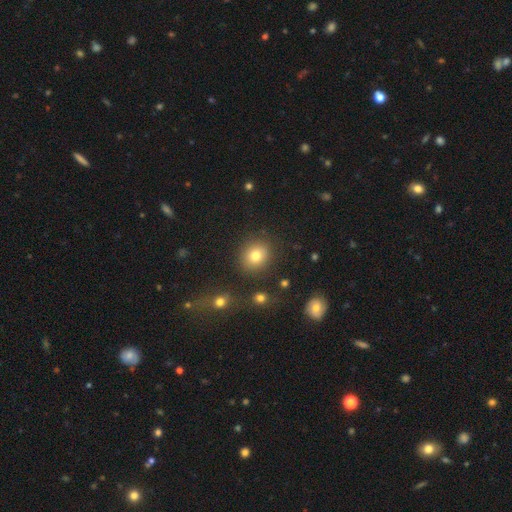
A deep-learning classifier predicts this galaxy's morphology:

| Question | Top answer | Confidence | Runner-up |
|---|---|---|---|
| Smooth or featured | smooth | 79% | star or artifact (13%) |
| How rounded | round | 81% | in between (18%) |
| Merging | none | 86% | minor disturbance (8%) |